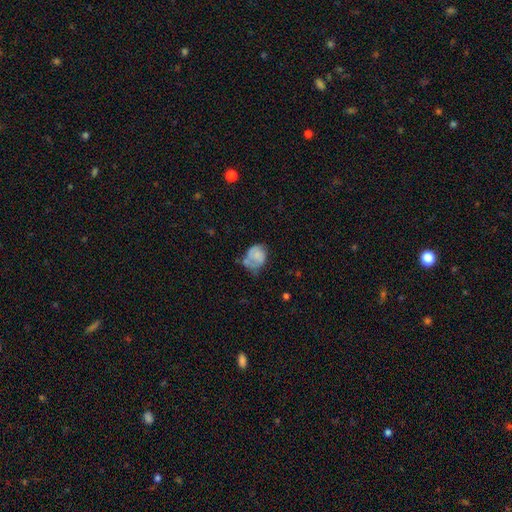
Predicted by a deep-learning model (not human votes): smooth-or-featured: smooth: 64% | featured or disk: 26% | star or artifact: 9%
  how-rounded: in between: 57% | round: 42% | cigar-shaped: 1%
  merging: minor disturbance: 34% | none: 30% | major disturbance: 23% | merger: 13%